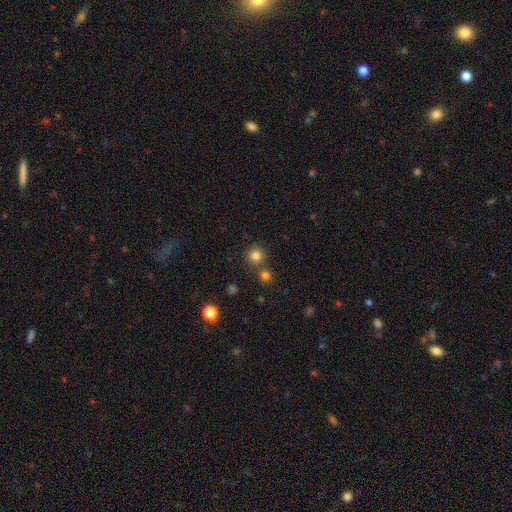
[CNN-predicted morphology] This appears to be a smooth galaxy with no disk features (81%) that is round (94%). Merging: none (76%).